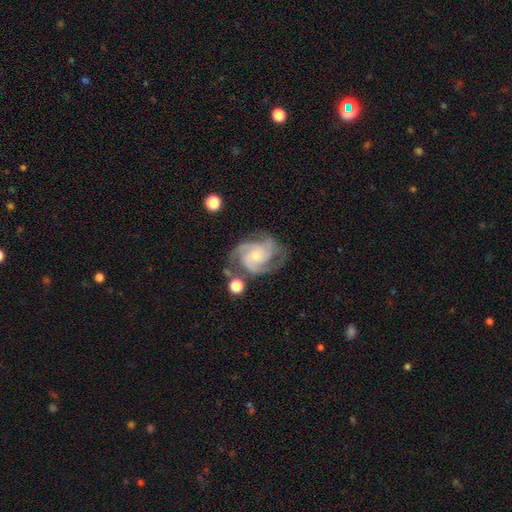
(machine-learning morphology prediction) type=featured or disk (91%); edge-on=no (98%); bar=no (73%); spiral arms=yes (98%); winding=tight (48%); arm count=3 (64%); bulge=small (65%); merging=none (70%).